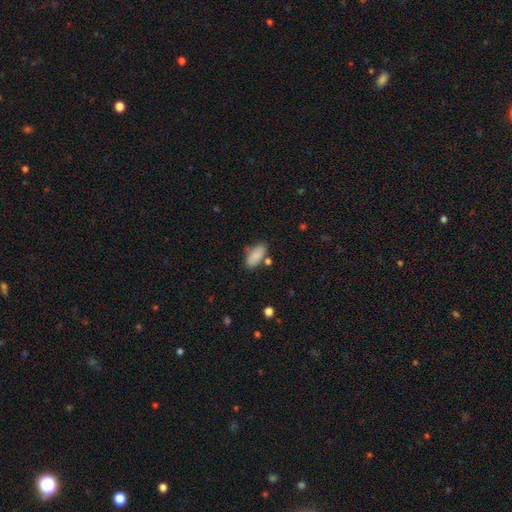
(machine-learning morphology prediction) type=smooth (87%); roundness=in between (89%); merging=none (71%).